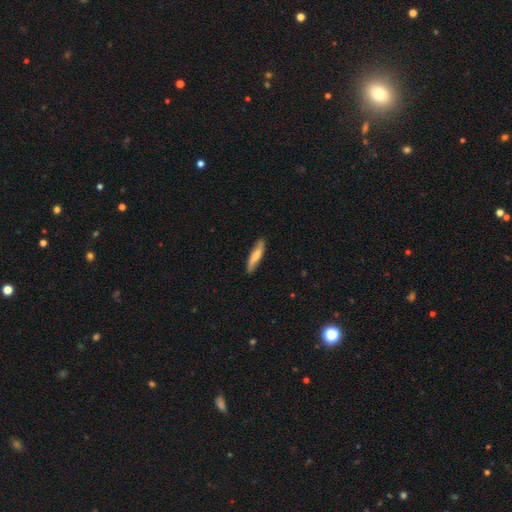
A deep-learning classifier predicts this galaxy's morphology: smooth_or_featured: smooth (p=0.57) [alt: featured or disk p=0.38]
how_rounded: cigar-shaped (p=0.80) [alt: in between p=0.18]
merging: none (p=0.85) [alt: minor disturbance p=0.12]